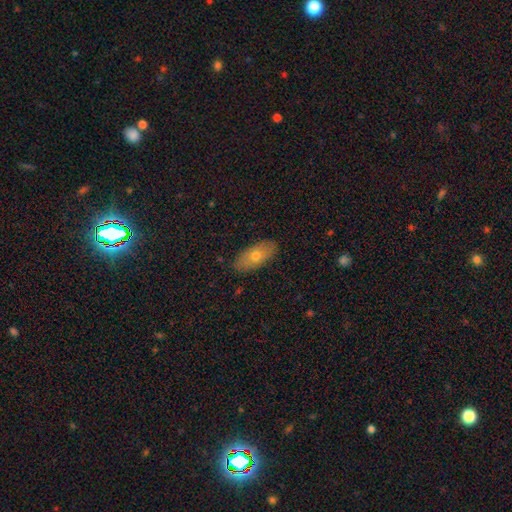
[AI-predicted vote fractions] smooth 65%, featured or disk 28%, star or artifact 8%. Down the decision tree: how rounded — in between (85%); merging — none (88%).